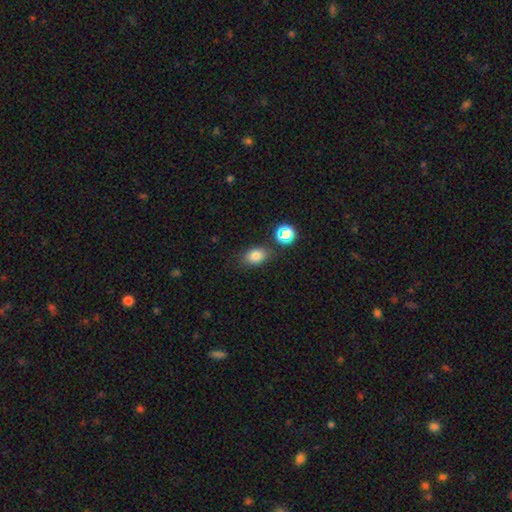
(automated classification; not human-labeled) smooth_or_featured: smooth (p=0.78) [alt: star or artifact p=0.14]
how_rounded: in between (p=0.74) [alt: round p=0.25]
merging: none (p=0.77) [alt: minor disturbance p=0.13]